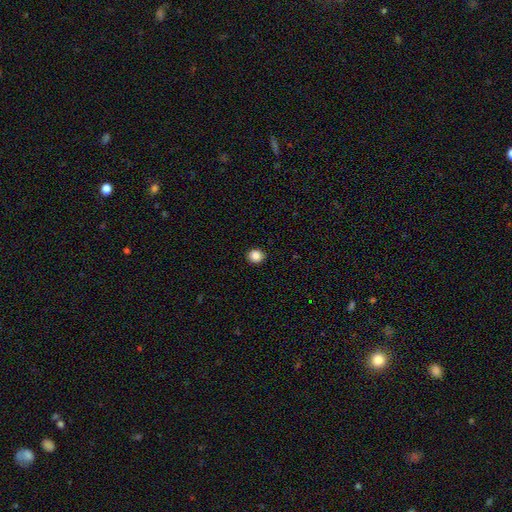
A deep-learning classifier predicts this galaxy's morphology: Smooth or featured? smooth (87%)
How rounded? round (84%)
Merging? none (92%)